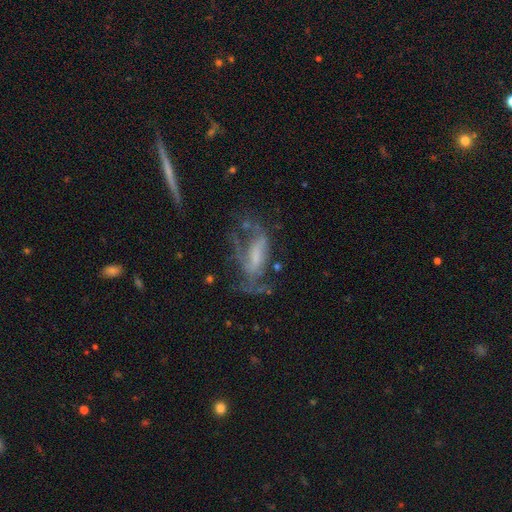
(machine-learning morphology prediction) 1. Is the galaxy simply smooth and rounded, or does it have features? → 67% featured or disk, 22% smooth, 12% star or artifact.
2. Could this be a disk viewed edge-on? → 92% no, 8% yes.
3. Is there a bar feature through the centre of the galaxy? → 46% no, 36% weak, 18% strong.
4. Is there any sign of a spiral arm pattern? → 59% yes, 41% no.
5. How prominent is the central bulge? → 37% none, 30% small, 24% moderate, 7% large, 2% dominant.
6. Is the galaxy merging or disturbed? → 43% major disturbance, 33% none, 18% minor disturbance, 6% merger.